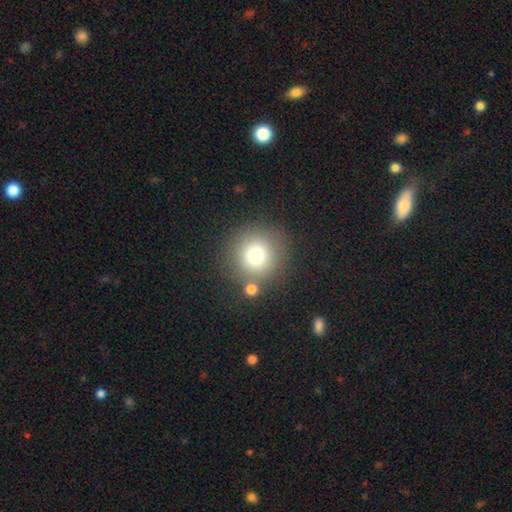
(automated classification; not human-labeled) This is likely a smooth galaxy (74%). How rounded: clearly round (94%). Merging: likely none (78%).